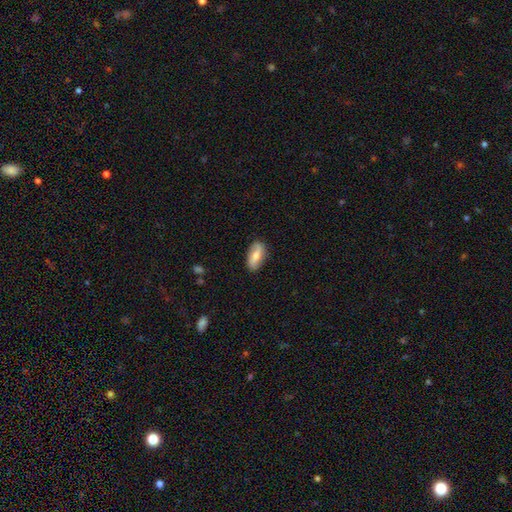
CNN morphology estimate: Smooth or featured?
  - smooth: 52% *
  - featured or disk: 42%
  - star or artifact: 6%
How rounded?
  - in between: 84% *
  - cigar-shaped: 12%
  - round: 4%
Merging?
  - none: 84% *
  - minor disturbance: 12%
  - major disturbance: 3%
  - merger: 1%